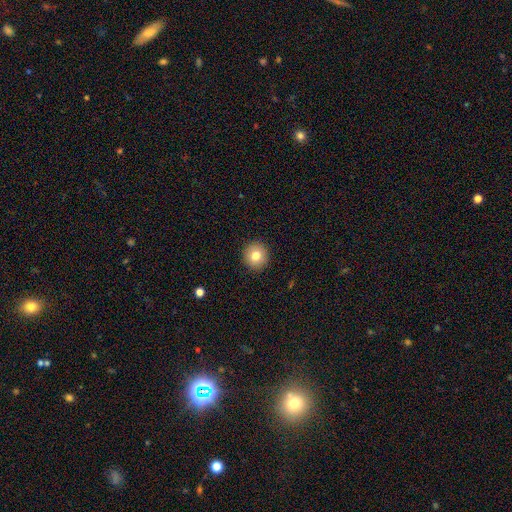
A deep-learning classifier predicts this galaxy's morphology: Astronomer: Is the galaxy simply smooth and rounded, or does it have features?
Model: smooth — 79%.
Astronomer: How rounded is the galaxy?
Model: round — 93%.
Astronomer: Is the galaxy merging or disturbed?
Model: none — 92%.